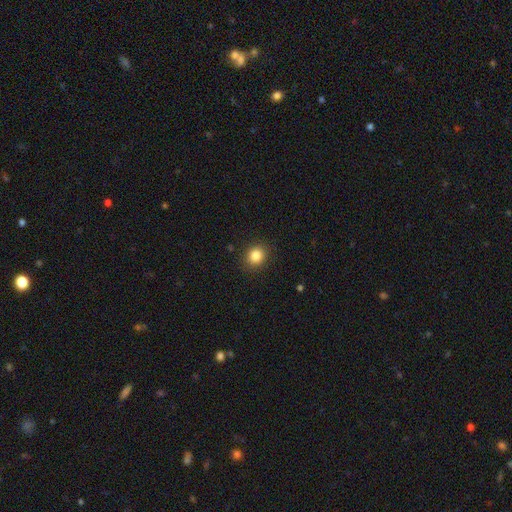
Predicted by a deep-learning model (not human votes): Overall: smooth (85%). How rounded: round (78%). Merging: none (90%).